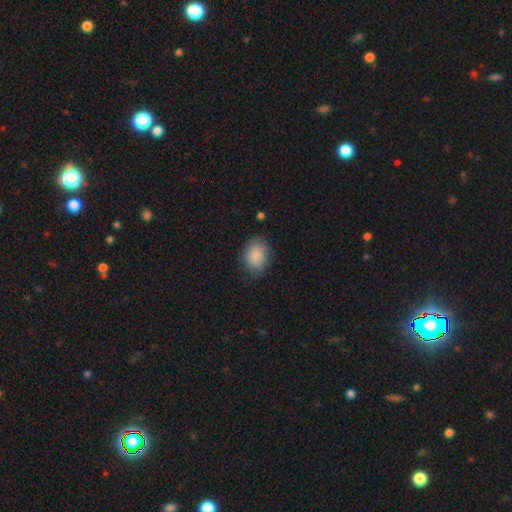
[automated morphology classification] Smooth or featured?
  - smooth: 87% *
  - star or artifact: 7%
  - featured or disk: 5%
How rounded?
  - in between: 59% *
  - round: 40%
  - cigar-shaped: 1%
Merging?
  - none: 78% *
  - minor disturbance: 16%
  - major disturbance: 4%
  - merger: 1%